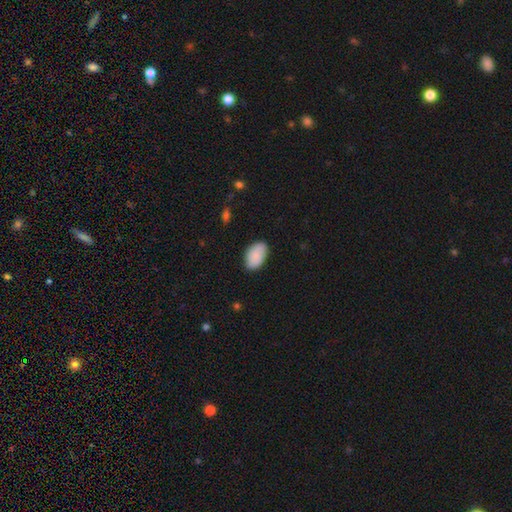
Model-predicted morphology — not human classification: This is clearly a smooth galaxy (84%). How rounded: clearly in between (93%). Merging: clearly none (82%).